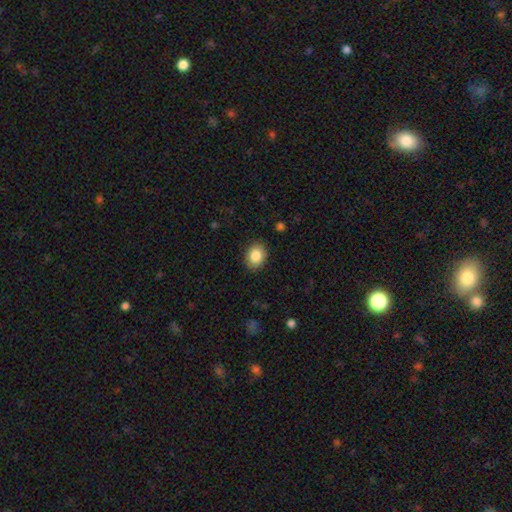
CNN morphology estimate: Smooth or featured? smooth (85%)
How rounded? in between (62%)
Merging? none (88%)